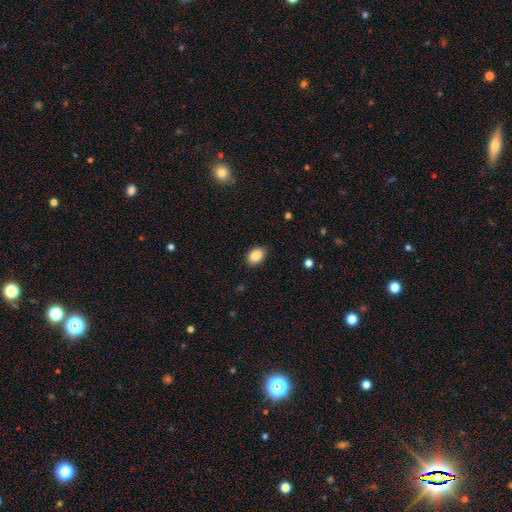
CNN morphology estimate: smooth 87%, star or artifact 8%, featured or disk 4%. Down the decision tree: how rounded — in between (75%); merging — none (83%).